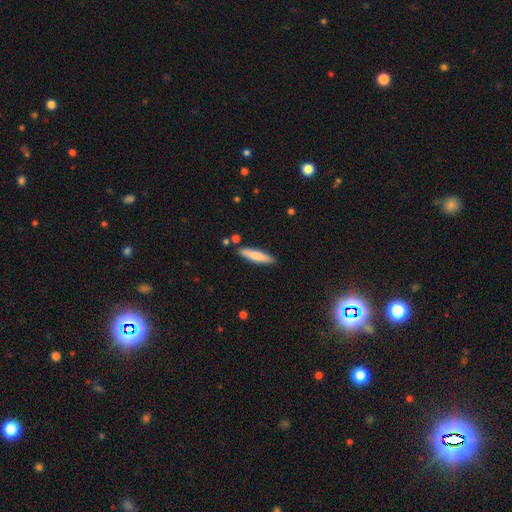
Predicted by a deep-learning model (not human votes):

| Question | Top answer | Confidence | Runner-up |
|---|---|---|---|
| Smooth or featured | smooth | 78% | featured or disk (16%) |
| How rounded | cigar-shaped | 81% | in between (17%) |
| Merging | none | 85% | minor disturbance (10%) |